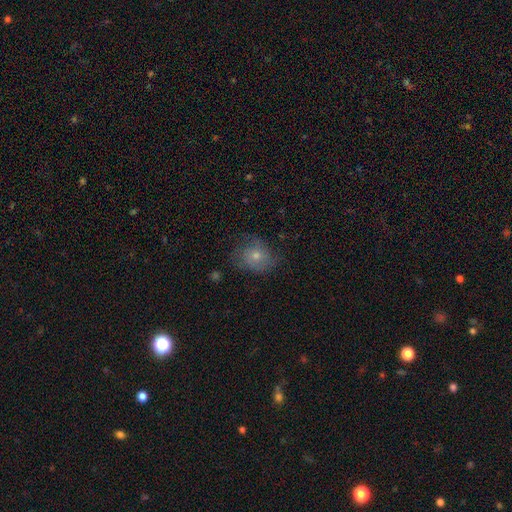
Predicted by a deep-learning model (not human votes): Morphology: type=featured or disk (45%); merging=none (68%).